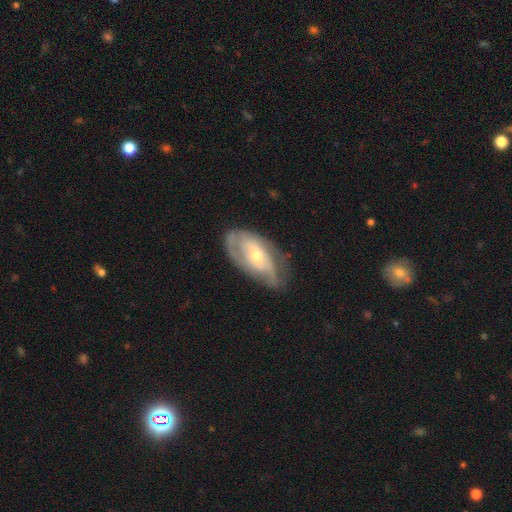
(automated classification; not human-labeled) Overall: featured or disk (72%). Edge-on disk: no (92%). Bar: no (62%; weak 28%). Spiral arms: yes (79%). Spiral arm count: 2 (42%; can't tell 38%). Spiral winding: tight (53%; medium 34%). Bulge size: moderate (49%; small 47%). Merging: none (62%; minor disturbance 25%).